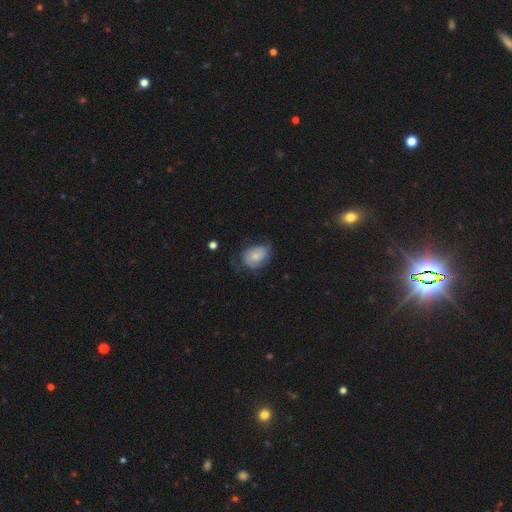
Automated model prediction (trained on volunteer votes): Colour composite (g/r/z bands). It shows a smooth galaxy with no disk features (60%) that is in between round and cigar-shaped (71%). Merging: none (46%).